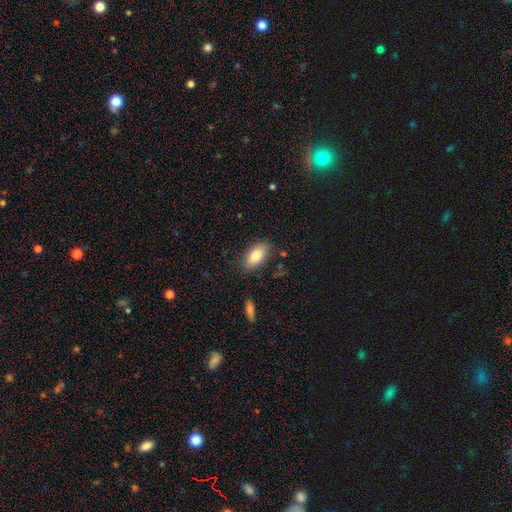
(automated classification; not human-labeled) Q: Smooth or featured?
A: smooth (84%); runner-up: featured or disk (9%)
Q: How rounded?
A: in between (91%); runner-up: cigar-shaped (6%)
Q: Merging?
A: none (81%); runner-up: minor disturbance (13%)